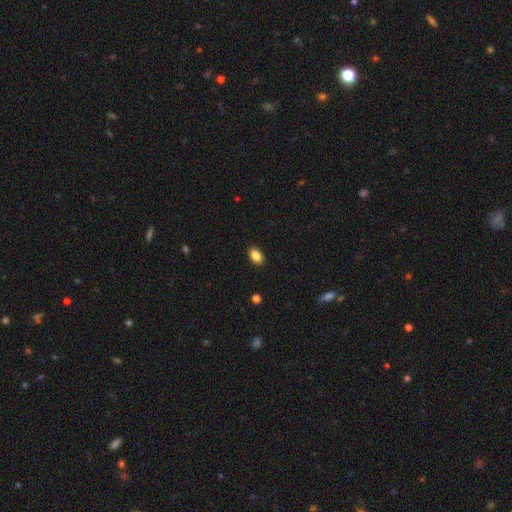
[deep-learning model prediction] The model was most divided on "how rounded": in between: 86%, round: 12%, cigar-shaped: 1%. More confident: merging — none (89%); smooth or featured — smooth (87%).